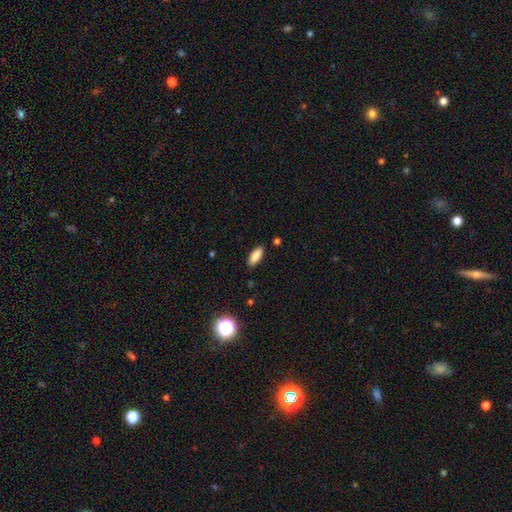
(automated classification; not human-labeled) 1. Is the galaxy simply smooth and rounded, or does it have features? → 83% smooth, 9% featured or disk, 8% star or artifact.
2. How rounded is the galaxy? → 78% in between, 20% cigar-shaped, 2% round.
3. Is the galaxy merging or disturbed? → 86% none, 10% minor disturbance, 2% major disturbance, 2% merger.